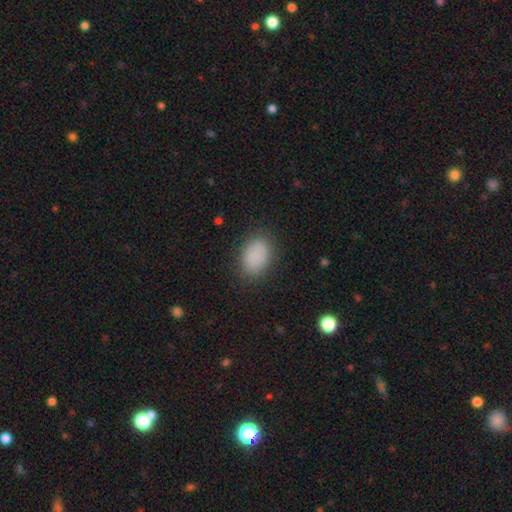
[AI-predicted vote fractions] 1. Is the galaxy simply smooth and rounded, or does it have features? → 87% smooth, 9% star or artifact, 4% featured or disk.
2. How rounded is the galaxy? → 81% in between, 18% round, 1% cigar-shaped.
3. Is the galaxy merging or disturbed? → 84% none, 11% minor disturbance, 4% major disturbance, 1% merger.